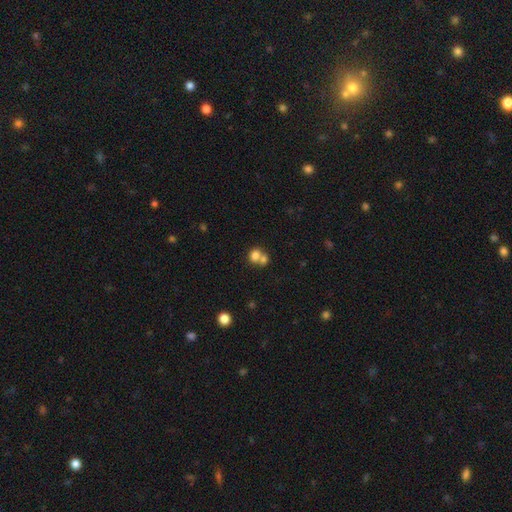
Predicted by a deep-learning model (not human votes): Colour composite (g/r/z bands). It shows a smooth galaxy with no disk features (75%) that is round (73%). Merging: merger (59%).